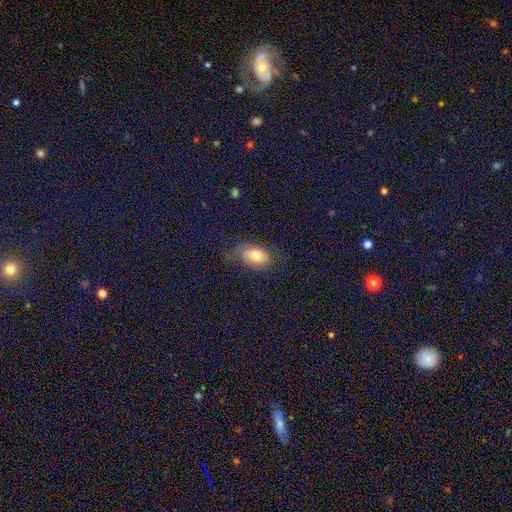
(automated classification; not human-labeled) This is likely a smooth galaxy (71%). How rounded: clearly in between (87%). Merging: likely none (65%).